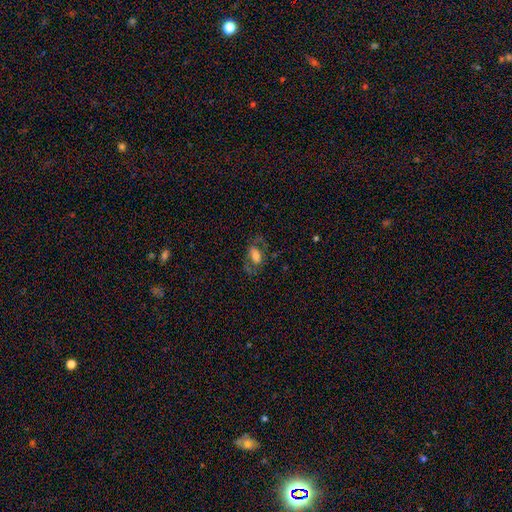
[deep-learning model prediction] Morphology: type=smooth (49%); merging=none (62%).